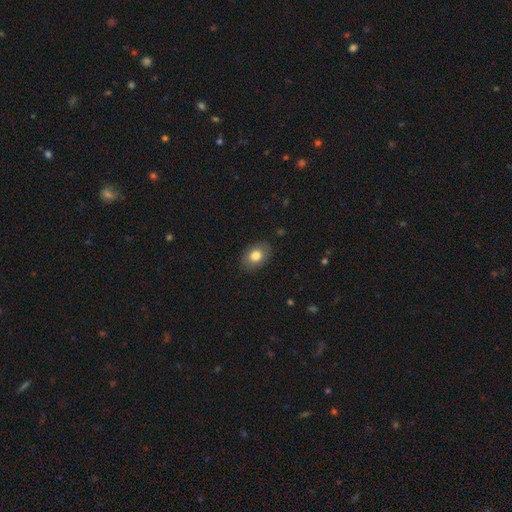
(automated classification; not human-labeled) The model was most divided on "how rounded": in between: 77%, round: 22%, cigar-shaped: 1%. More confident: merging — none (86%); smooth or featured — smooth (79%).